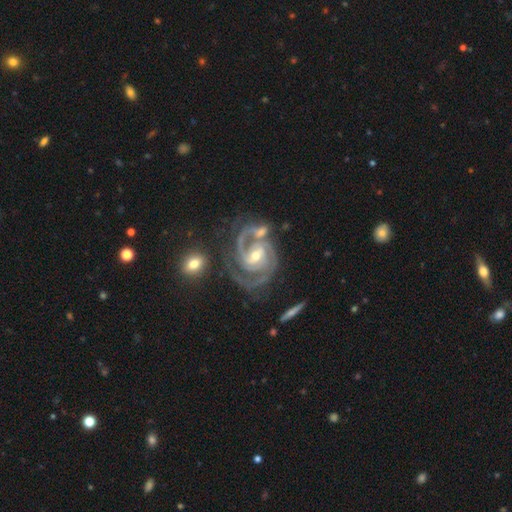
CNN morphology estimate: Overall: featured or disk (92%). Edge-on disk: no (98%). Bar: weak (43%; no 32%). Spiral arms: yes (98%). Spiral arm count: 2 (61%; 3 23%). Spiral winding: tight (56%; medium 39%). Bulge size: small (50%; moderate 47%). Merging: none (56%; minor disturbance 19%).